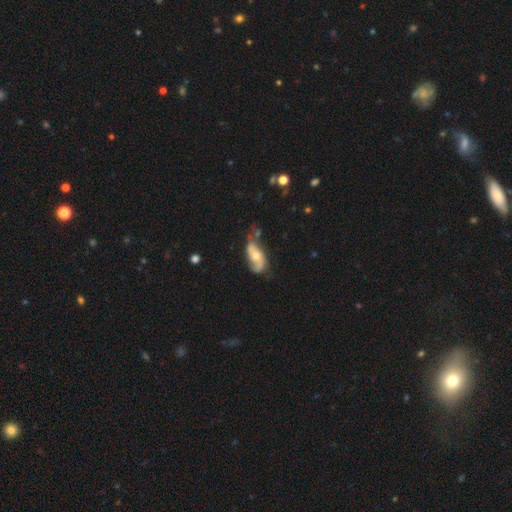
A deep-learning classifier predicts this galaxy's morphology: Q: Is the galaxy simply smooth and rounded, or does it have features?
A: featured or disk — 62%.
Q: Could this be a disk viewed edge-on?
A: no — 91%.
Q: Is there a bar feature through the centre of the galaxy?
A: no — 65%.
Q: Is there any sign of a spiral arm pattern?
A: yes — 83%.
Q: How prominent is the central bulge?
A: moderate — 63%.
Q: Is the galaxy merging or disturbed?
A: none — 49%.